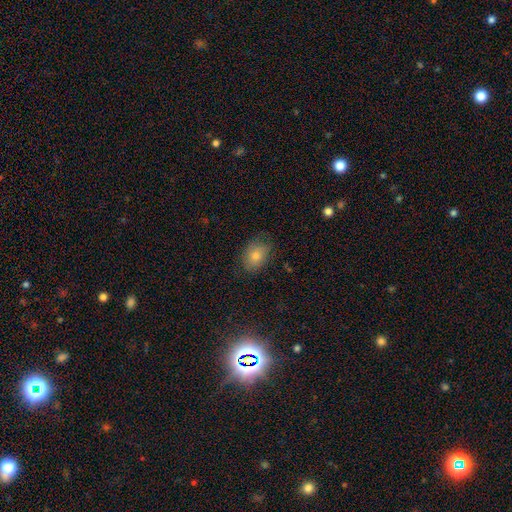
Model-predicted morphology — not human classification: smooth-or-featured: smooth: 70% | star or artifact: 17% | featured or disk: 13%
  how-rounded: in between: 67% | round: 31% | cigar-shaped: 1%
  merging: none: 79% | minor disturbance: 16% | major disturbance: 4% | merger: 1%